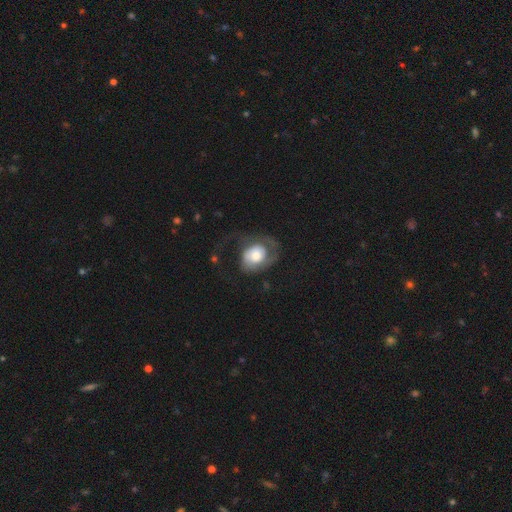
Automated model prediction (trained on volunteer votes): smooth-or-featured: featured or disk: 50% | smooth: 43% | star or artifact: 7%
  disk-edge-on: no: 96% | yes: 4%
  merging: major disturbance: 45% | none: 33% | minor disturbance: 20% | merger: 2%